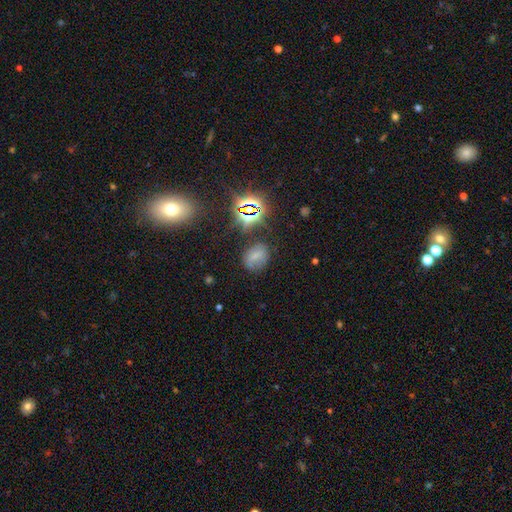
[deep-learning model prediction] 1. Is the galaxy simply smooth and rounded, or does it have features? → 51% smooth, 27% star or artifact, 22% featured or disk.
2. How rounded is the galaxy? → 55% in between, 44% round, 2% cigar-shaped.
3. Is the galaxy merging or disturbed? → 71% none, 18% minor disturbance, 8% major disturbance, 3% merger.